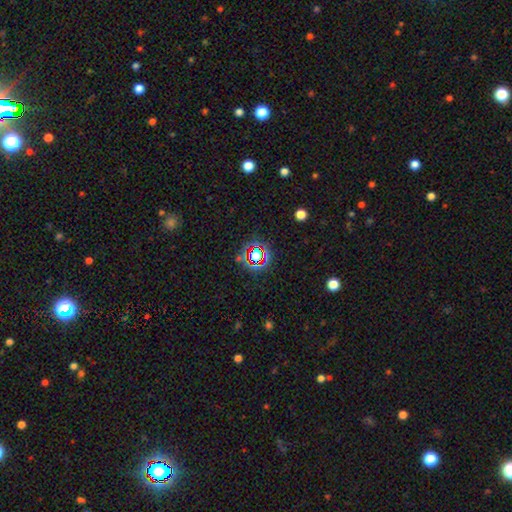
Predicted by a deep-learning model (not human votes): Smooth or featured? star or artifact (68%)